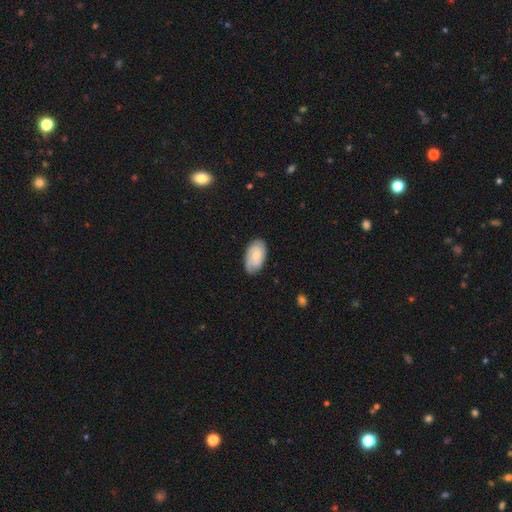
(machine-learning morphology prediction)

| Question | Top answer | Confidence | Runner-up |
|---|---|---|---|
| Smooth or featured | smooth | 62% | featured or disk (32%) |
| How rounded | in between | 94% | round (4%) |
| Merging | none | 78% | minor disturbance (18%) |